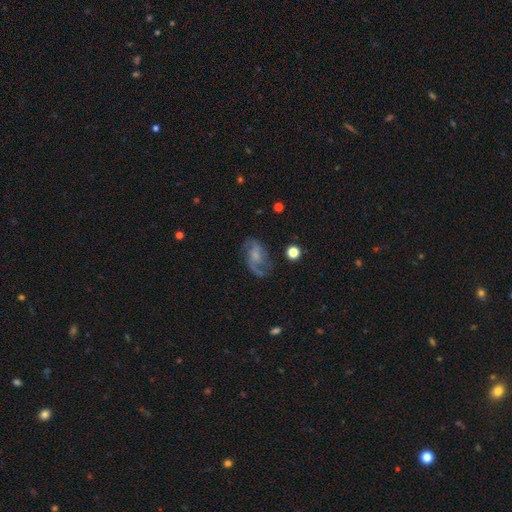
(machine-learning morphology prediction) smooth_or_featured: featured or disk (p=0.69) [alt: smooth p=0.21]
disk_edge_on: no (p=0.96) [alt: yes p=0.04]
bar: no (p=0.52) [alt: weak p=0.40]
has_spiral_arms: yes (p=0.89) [alt: no p=0.11]
spiral_winding: loose (p=0.46) [alt: medium p=0.41]
spiral_arm_count: 2 (p=0.75) [alt: can't tell p=0.10]
bulge_size: small (p=0.39) [alt: none p=0.31]
merging: none (p=0.61) [alt: minor disturbance p=0.21]